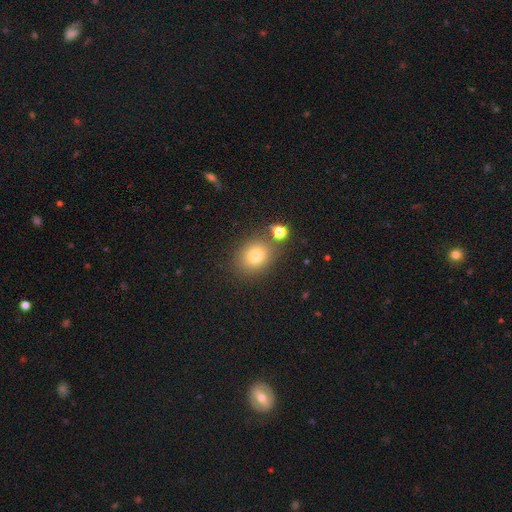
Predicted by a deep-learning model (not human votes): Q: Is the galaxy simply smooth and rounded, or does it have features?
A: smooth — 76%.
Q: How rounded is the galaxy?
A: round — 59%.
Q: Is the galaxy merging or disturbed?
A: none — 74%.